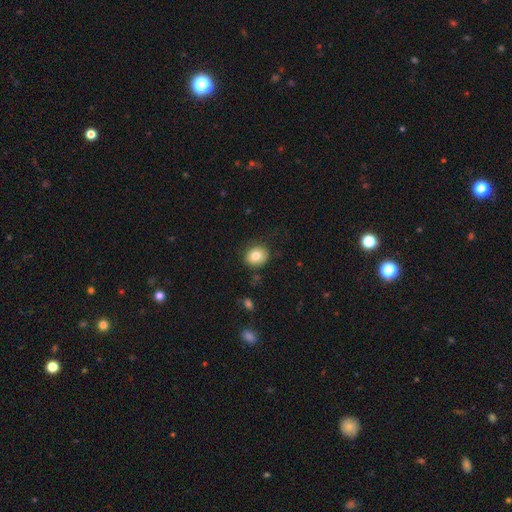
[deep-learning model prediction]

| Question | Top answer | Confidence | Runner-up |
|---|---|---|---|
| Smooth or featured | smooth | 81% | star or artifact (10%) |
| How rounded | round | 71% | in between (29%) |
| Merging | none | 83% | minor disturbance (12%) |